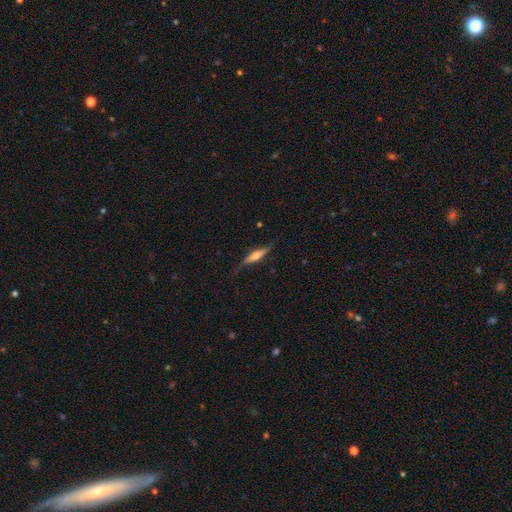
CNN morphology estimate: A featured or disk galaxy (58%) viewed edge-on (89%) with a rounded central bulge (78%).

Vote fractions:
- Smooth or featured? featured or disk: 58% / smooth: 36% / star or artifact: 6%
- Edge-on disk? yes: 89% / no: 11%
- Edge-on bulge? rounded: 78% / boxy: 13% / none: 9%
- Merging? none: 68% / minor disturbance: 23% / major disturbance: 7% / merger: 2%